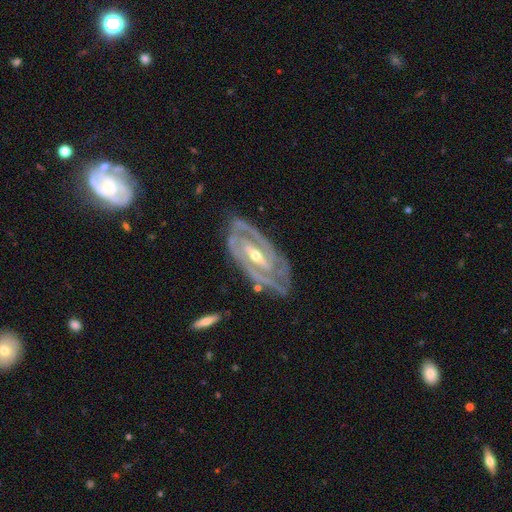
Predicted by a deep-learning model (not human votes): Smooth or featured? Predicted: featured or disk (p=0.92). Edge-on disk? Predicted: no (p=0.94). Bar? Predicted: strong (p=0.57). Spiral arms? Predicted: yes (p=0.96). Spiral winding? Predicted: tight (p=0.58). Spiral arm count? Predicted: 2 (p=0.79). Bulge size? Predicted: moderate (p=0.50). Merging? Predicted: none (p=0.72).